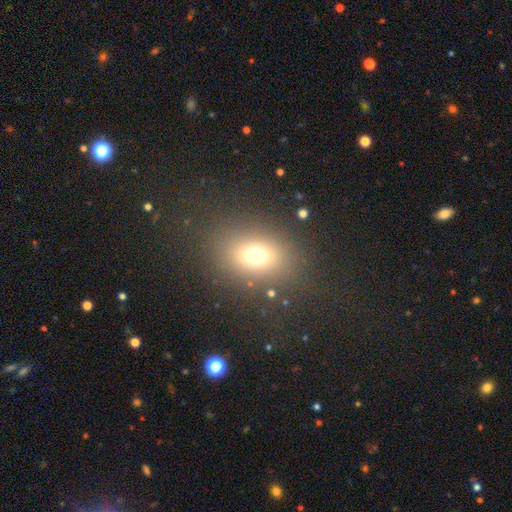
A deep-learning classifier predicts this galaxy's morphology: Smooth or featured?
  - smooth: 69% *
  - star or artifact: 20%
  - featured or disk: 11%
How rounded?
  - in between: 54% *
  - round: 45%
  - cigar-shaped: 1%
Merging?
  - none: 82% *
  - minor disturbance: 9%
  - major disturbance: 7%
  - merger: 2%